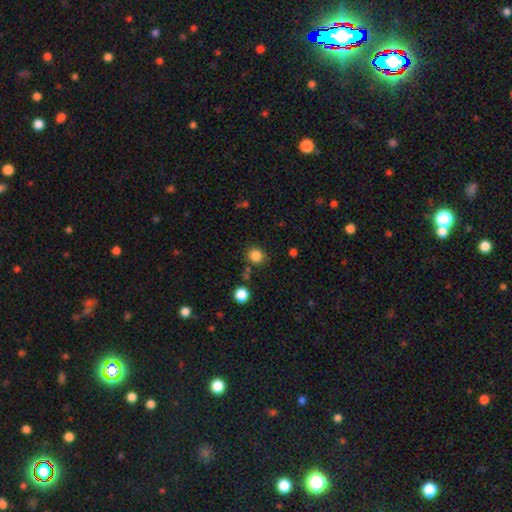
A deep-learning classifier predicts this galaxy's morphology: The model was most divided on "smooth or featured": smooth: 84%, star or artifact: 12%, featured or disk: 4%. More confident: how rounded — round (87%); merging — none (83%).